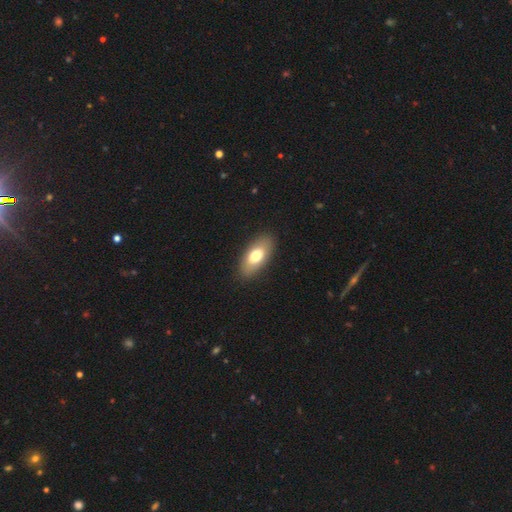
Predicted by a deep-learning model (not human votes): Smooth or featured?
  - smooth: 71% *
  - featured or disk: 23%
  - star or artifact: 6%
How rounded?
  - in between: 87% *
  - cigar-shaped: 9%
  - round: 3%
Merging?
  - none: 88% *
  - minor disturbance: 8%
  - major disturbance: 2%
  - merger: 1%